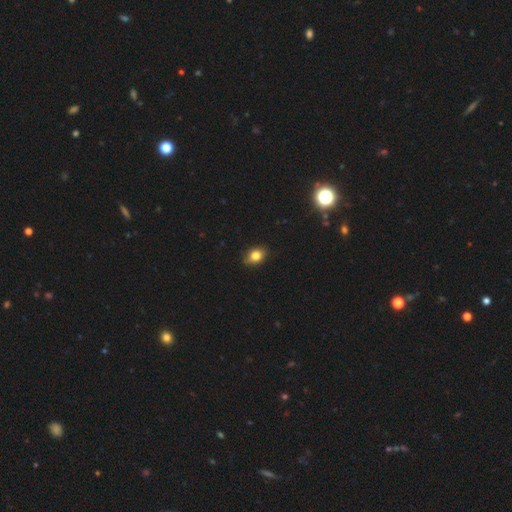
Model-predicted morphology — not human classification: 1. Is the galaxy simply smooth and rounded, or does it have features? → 81% smooth, 11% star or artifact, 9% featured or disk.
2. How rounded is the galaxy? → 63% in between, 36% round, 1% cigar-shaped.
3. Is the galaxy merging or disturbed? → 79% none, 17% minor disturbance, 2% major disturbance, 1% merger.